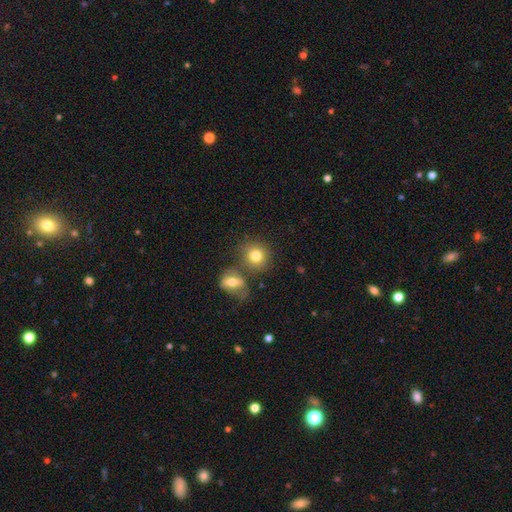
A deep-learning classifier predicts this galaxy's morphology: Smooth or featured? Predicted: smooth (p=0.79). How rounded? Predicted: round (p=0.83). Merging? Predicted: none (p=0.62).